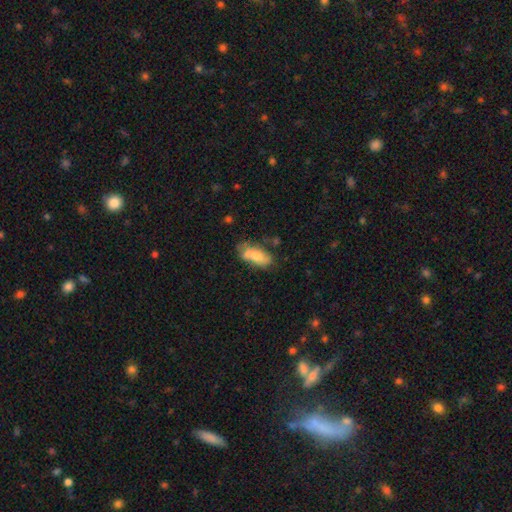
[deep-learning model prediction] Smooth or featured: smooth — 64% (featured or disk — 28%)
How rounded: in between — 86% (cigar-shaped — 9%)
Merging: none — 40% (merger — 26%)